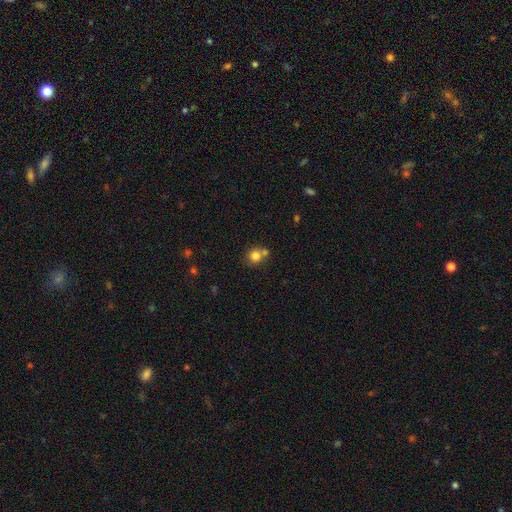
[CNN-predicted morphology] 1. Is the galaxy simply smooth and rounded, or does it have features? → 81% smooth, 11% star or artifact, 8% featured or disk.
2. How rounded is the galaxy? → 87% round, 12% in between, 1% cigar-shaped.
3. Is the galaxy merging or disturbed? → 55% none, 32% merger, 9% minor disturbance, 3% major disturbance.